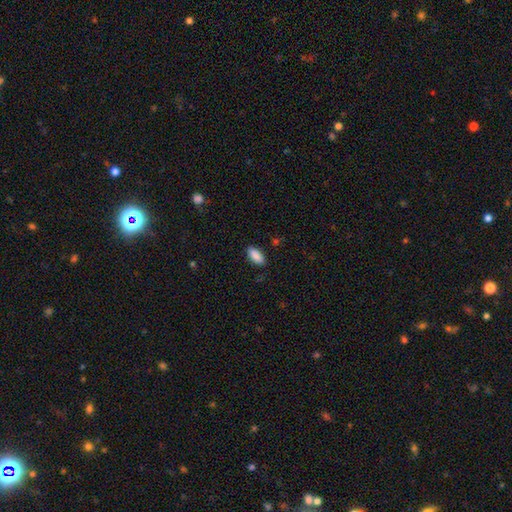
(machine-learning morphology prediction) The model was most divided on "merging": none: 87%, minor disturbance: 10%, major disturbance: 2%, merger: 1%. More confident: smooth or featured — smooth (90%); how rounded — in between (89%).